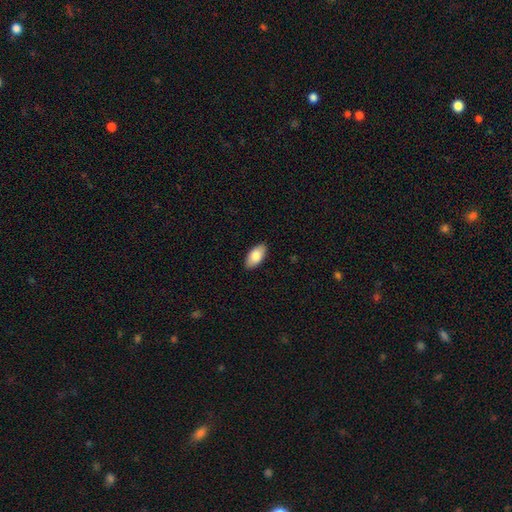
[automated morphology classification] smooth-or-featured: smooth: 83% | featured or disk: 11% | star or artifact: 6%
  how-rounded: in between: 94% | cigar-shaped: 3% | round: 3%
  merging: none: 89% | minor disturbance: 8% | major disturbance: 2% | merger: 1%